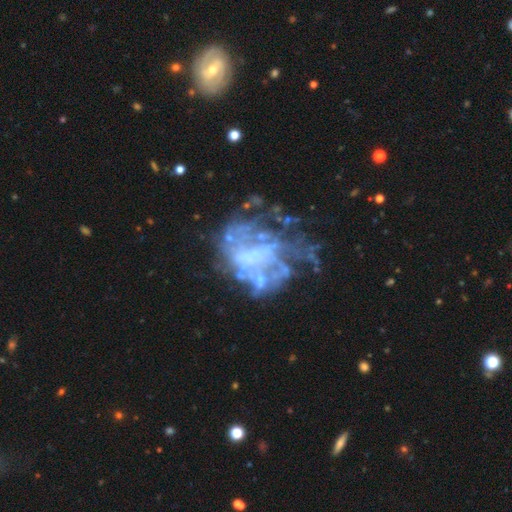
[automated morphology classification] This appears to be a featured or disk galaxy (74%) with no bar (76%), no spiral arms (69%) and no central bulge (65%). Merging: none (37%).